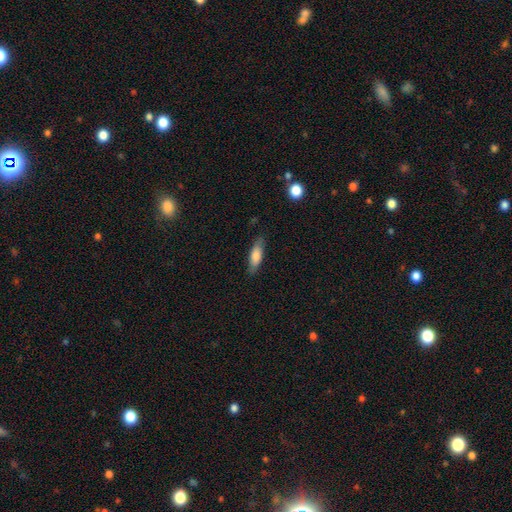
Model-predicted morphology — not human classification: The model was most divided on "how rounded": in between: 50%, cigar-shaped: 48%, round: 2%. More confident: merging — none (81%); smooth or featured — smooth (78%).